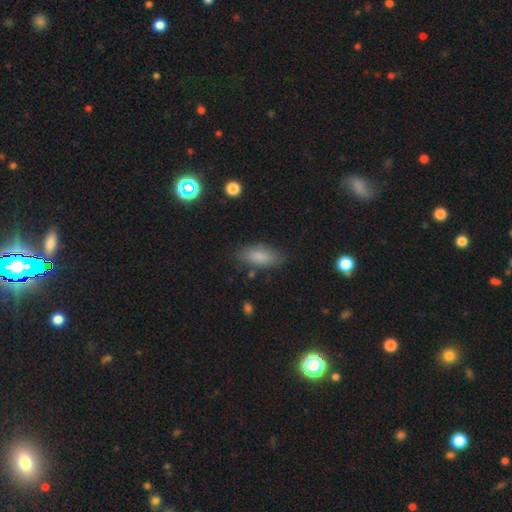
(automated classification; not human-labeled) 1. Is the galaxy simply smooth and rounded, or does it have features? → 78% smooth, 12% star or artifact, 10% featured or disk.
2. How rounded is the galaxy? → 78% in between, 19% cigar-shaped, 4% round.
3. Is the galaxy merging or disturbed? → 83% none, 12% minor disturbance, 3% major disturbance, 2% merger.